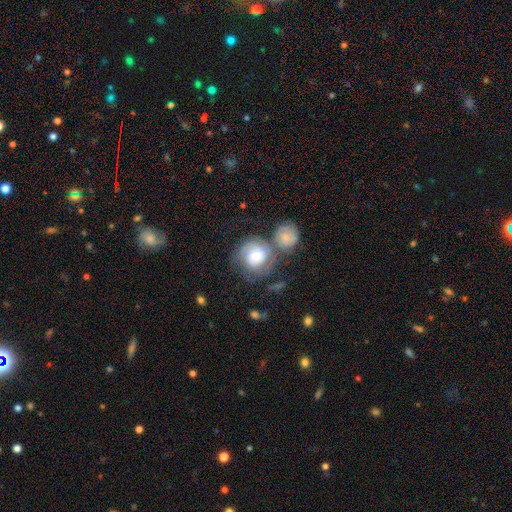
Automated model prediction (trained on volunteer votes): Overall: featured or disk (54%; smooth 39%). Edge-on disk: no (97%). Bar: no (76%). Spiral arms: yes (77%). Bulge size: moderate (61%; small 28%). Merging: none (43%; merger 30%).